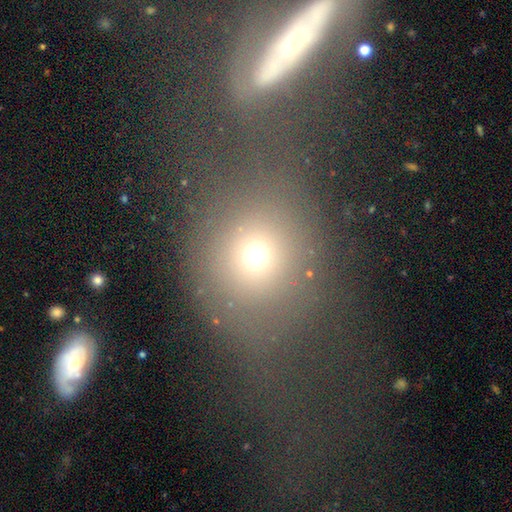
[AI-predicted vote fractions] Smooth or featured?
  - smooth: 65% *
  - star or artifact: 18%
  - featured or disk: 17%
How rounded?
  - round: 72% *
  - in between: 26%
  - cigar-shaped: 2%
Merging?
  - merger: 36% *
  - none: 35%
  - major disturbance: 18%
  - minor disturbance: 12%